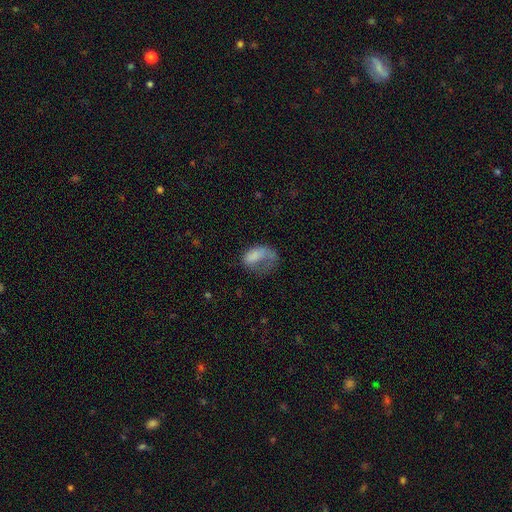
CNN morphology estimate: Q: Smooth or featured?
A: smooth (65%); runner-up: featured or disk (26%)
Q: How rounded?
A: in between (87%); runner-up: round (11%)
Q: Merging?
A: major disturbance (58%); runner-up: minor disturbance (19%)